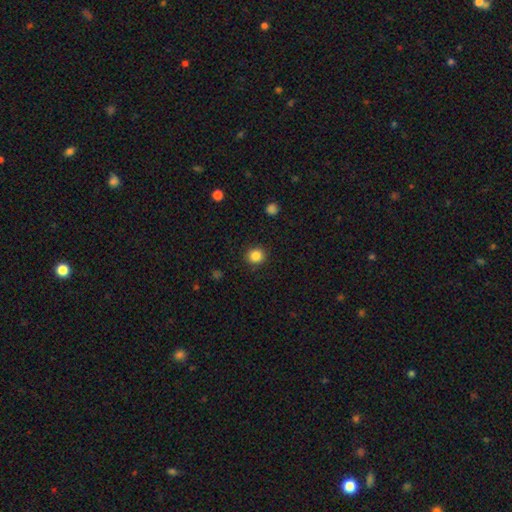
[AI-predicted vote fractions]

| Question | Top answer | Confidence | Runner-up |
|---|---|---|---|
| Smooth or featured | smooth | 85% | star or artifact (11%) |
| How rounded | round | 90% | in between (9%) |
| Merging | none | 91% | minor disturbance (6%) |